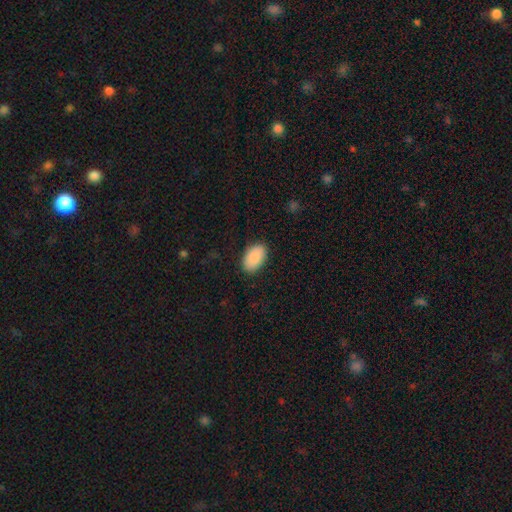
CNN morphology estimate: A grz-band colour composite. It shows a smooth galaxy with no disk features (90%) that is in between round and cigar-shaped (93%). Merging: none (87%).